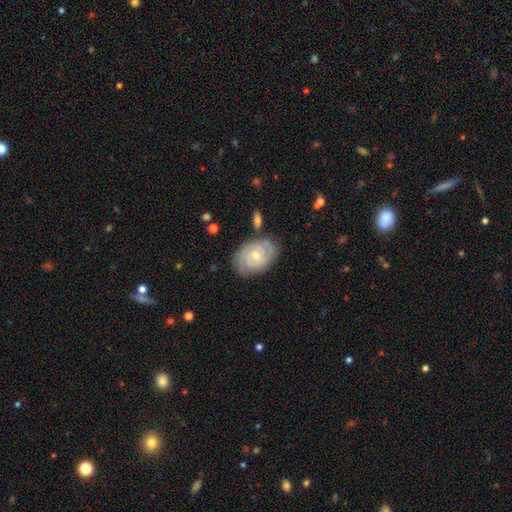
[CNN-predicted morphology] Overall: featured or disk (81%). Edge-on disk: no (97%). Bar: no (69%). Spiral arms: yes (94%). Spiral arm count: 2 (55%; can't tell 22%). Spiral winding: tight (74%). Bulge size: small (51%; moderate 46%). Merging: none (77%).